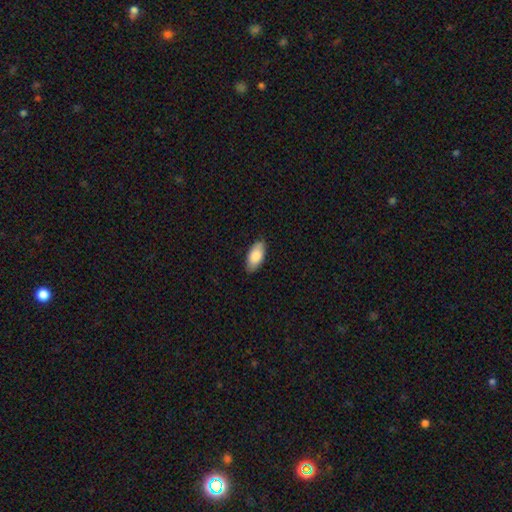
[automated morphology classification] smooth-or-featured: smooth: 86% | featured or disk: 9% | star or artifact: 6%
  how-rounded: in between: 92% | cigar-shaped: 6% | round: 2%
  merging: none: 86% | minor disturbance: 11% | major disturbance: 2% | merger: 1%